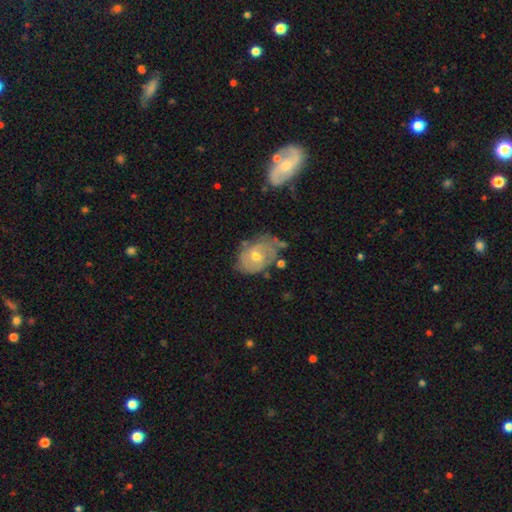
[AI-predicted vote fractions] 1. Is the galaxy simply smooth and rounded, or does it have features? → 69% featured or disk, 24% smooth, 7% star or artifact.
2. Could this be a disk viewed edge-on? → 96% no, 4% yes.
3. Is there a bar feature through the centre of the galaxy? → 57% no, 37% weak, 6% strong.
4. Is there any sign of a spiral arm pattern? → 81% yes, 19% no.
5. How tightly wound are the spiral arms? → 56% tight, 32% medium, 11% loose.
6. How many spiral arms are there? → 46% 2, 34% can't tell, 8% 3, 8% 1, 2% 4, 2% more than 4.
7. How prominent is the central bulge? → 62% moderate, 34% small, 2% large, 1% none, 1% dominant.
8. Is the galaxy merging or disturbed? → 55% none, 28% minor disturbance, 11% major disturbance, 6% merger.